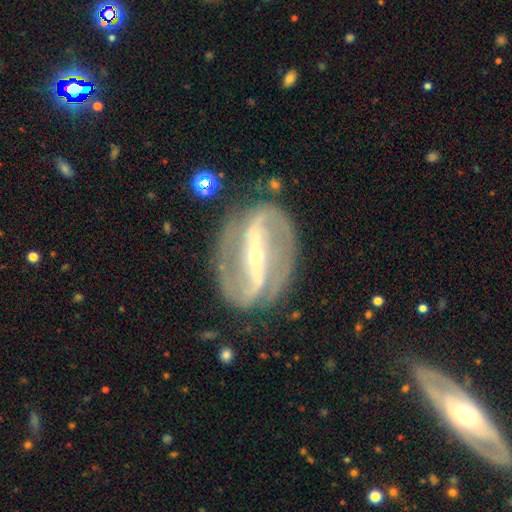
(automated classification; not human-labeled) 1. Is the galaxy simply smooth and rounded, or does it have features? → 90% featured or disk, 5% star or artifact, 5% smooth.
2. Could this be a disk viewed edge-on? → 94% no, 6% yes.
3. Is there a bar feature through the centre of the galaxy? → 79% strong, 13% weak, 8% no.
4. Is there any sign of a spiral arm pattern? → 93% yes, 7% no.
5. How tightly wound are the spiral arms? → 45% medium, 30% tight, 25% loose.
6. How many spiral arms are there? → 91% 2, 4% can't tell, 2% 3, 1% 1, 1% 4, 1% more than 4.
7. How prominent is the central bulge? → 77% small, 19% moderate, 1% large, 1% dominant, 1% none.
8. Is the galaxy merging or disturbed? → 80% none, 13% minor disturbance, 6% major disturbance, 2% merger.